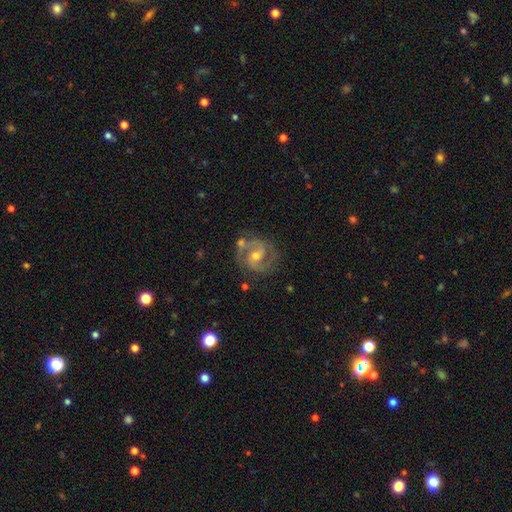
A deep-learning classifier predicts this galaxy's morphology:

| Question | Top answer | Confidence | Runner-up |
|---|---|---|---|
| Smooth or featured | featured or disk | 87% | smooth (6%) |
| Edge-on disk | no | 98% | yes (2%) |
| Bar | weak | 47% | no (36%) |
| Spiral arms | yes | 97% | no (3%) |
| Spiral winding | medium | 58% | tight (31%) |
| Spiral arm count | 2 | 89% | can't tell (4%) |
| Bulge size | moderate | 53% | small (43%) |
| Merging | none | 72% | minor disturbance (15%) |